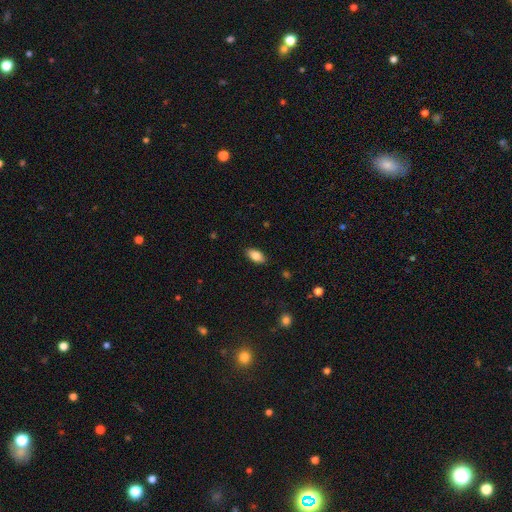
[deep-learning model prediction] Overall: smooth (84%). How rounded: in between (92%). Merging: none (88%).